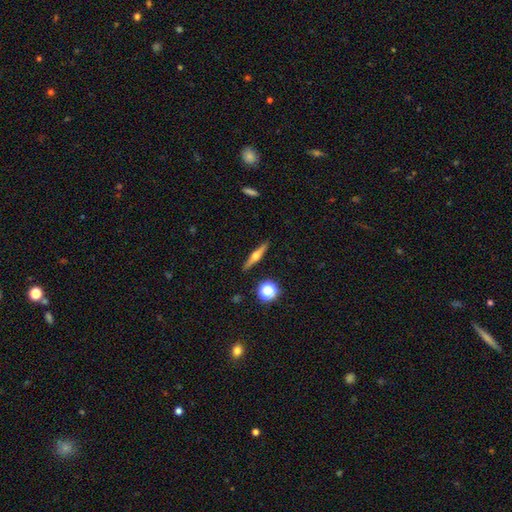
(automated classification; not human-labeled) Overall: featured or disk (64%; smooth 28%). Edge-on disk: yes (97%). Edge-on bulge: rounded (92%). Merging: none (90%).